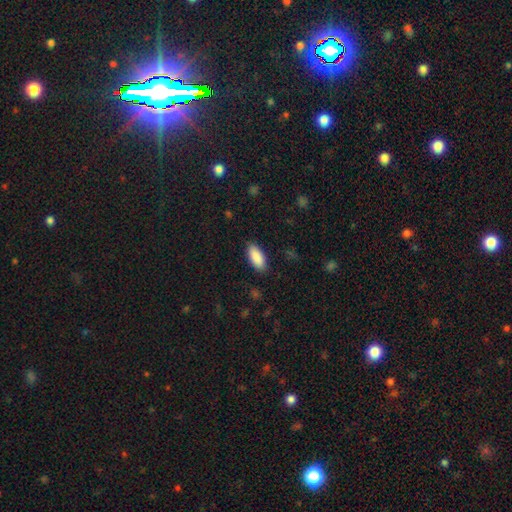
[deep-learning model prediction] Smooth or featured?
  - smooth: 90% *
  - star or artifact: 6%
  - featured or disk: 4%
How rounded?
  - in between: 89% *
  - cigar-shaped: 9%
  - round: 2%
Merging?
  - none: 87% *
  - minor disturbance: 9%
  - major disturbance: 2%
  - merger: 1%